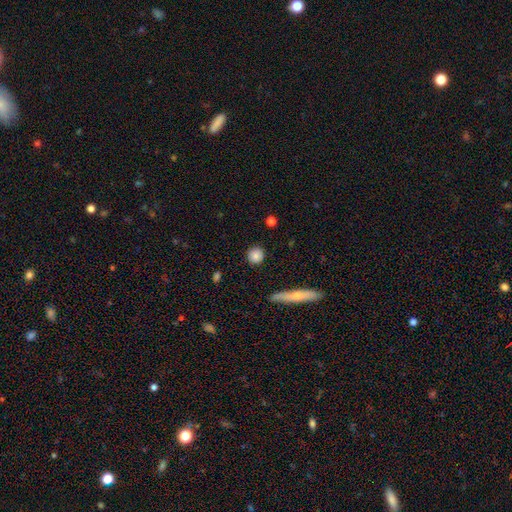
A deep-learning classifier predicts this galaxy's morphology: Smooth or featured?
  - smooth: 84% *
  - star or artifact: 8%
  - featured or disk: 8%
How rounded?
  - round: 89% *
  - in between: 8%
  - cigar-shaped: 3%
Merging?
  - none: 90% *
  - minor disturbance: 7%
  - major disturbance: 2%
  - merger: 1%